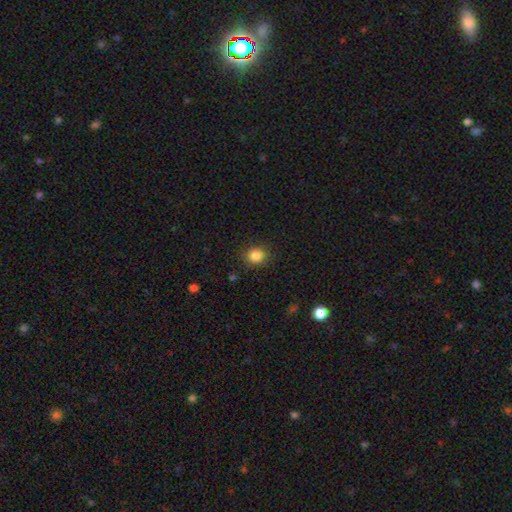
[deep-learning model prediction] Overall: smooth (86%). How rounded: round (76%). Merging: none (86%).